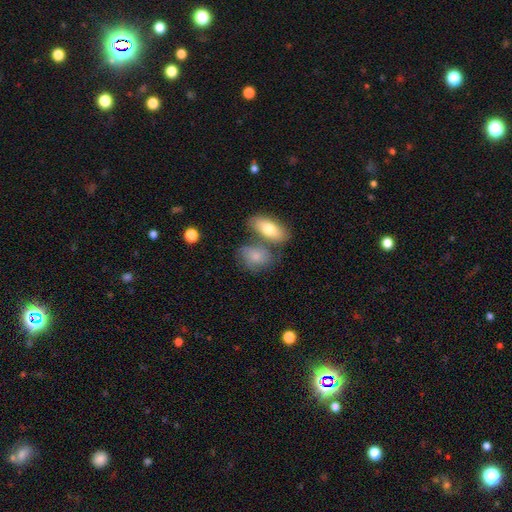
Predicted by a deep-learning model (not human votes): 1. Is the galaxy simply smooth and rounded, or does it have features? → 75% smooth, 18% featured or disk, 7% star or artifact.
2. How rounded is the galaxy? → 74% in between, 23% round, 3% cigar-shaped.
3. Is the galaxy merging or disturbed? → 44% none, 31% merger, 17% minor disturbance, 7% major disturbance.